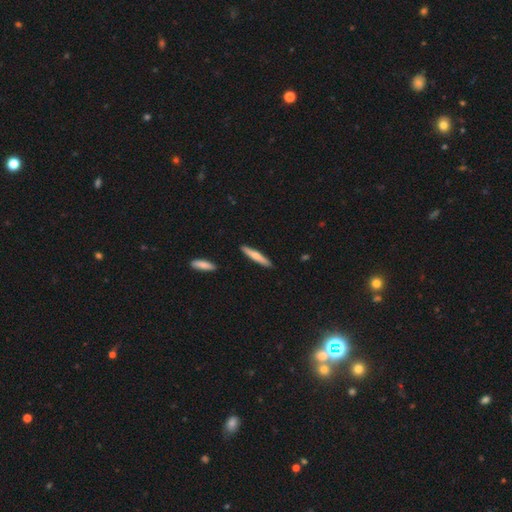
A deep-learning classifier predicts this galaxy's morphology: smooth_or_featured: smooth (p=0.60) [alt: featured or disk p=0.35]
how_rounded: cigar-shaped (p=0.90) [alt: in between p=0.08]
merging: none (p=0.90) [alt: minor disturbance p=0.07]